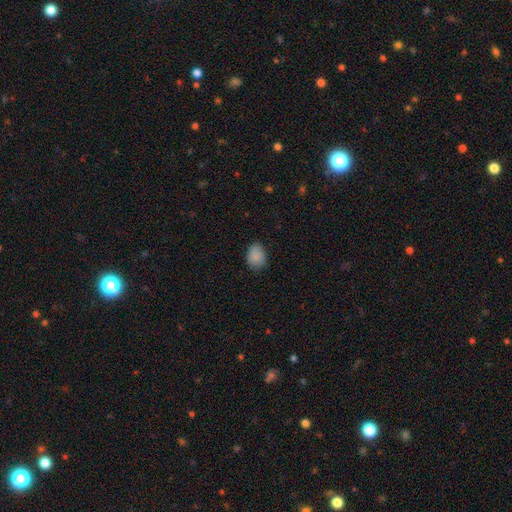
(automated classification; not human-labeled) Smooth or featured? smooth (87%)
How rounded? in between (66%)
Merging? none (76%)